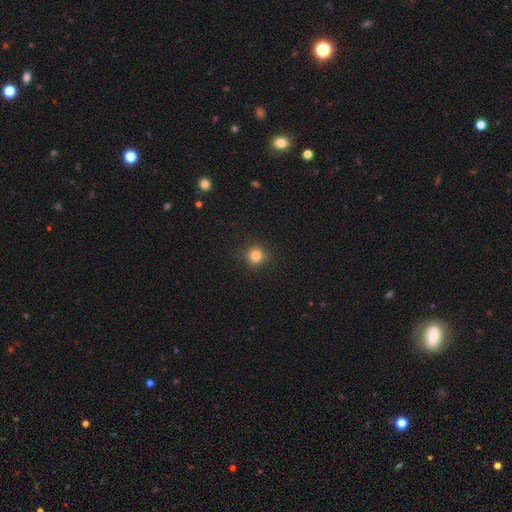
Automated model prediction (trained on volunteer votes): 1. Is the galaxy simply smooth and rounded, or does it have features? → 81% smooth, 13% star or artifact, 6% featured or disk.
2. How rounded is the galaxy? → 91% round, 8% in between, 1% cigar-shaped.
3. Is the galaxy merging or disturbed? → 88% none, 8% minor disturbance, 2% major disturbance, 1% merger.